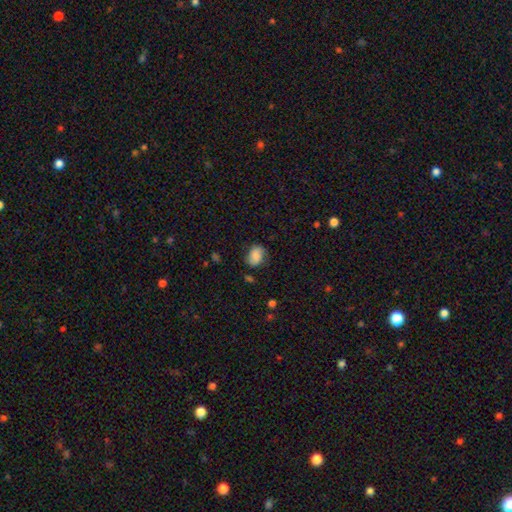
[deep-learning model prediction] A smooth galaxy with no disk features (74%) that is in between round and cigar-shaped (67%). Merging: none (68%).